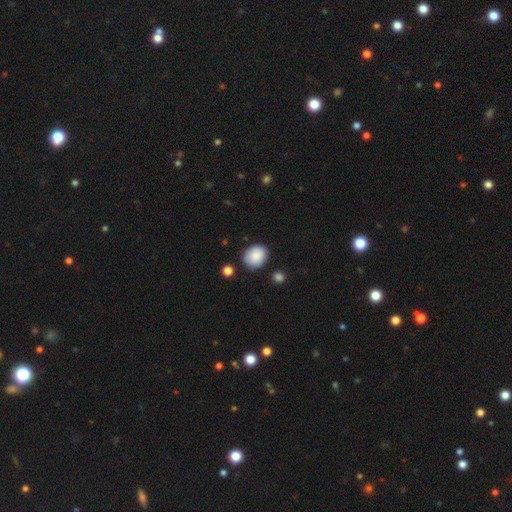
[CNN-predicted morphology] smooth_or_featured: smooth (p=0.88) [alt: star or artifact p=0.07]
how_rounded: round (p=0.54) [alt: in between p=0.45]
merging: none (p=0.80) [alt: minor disturbance p=0.14]